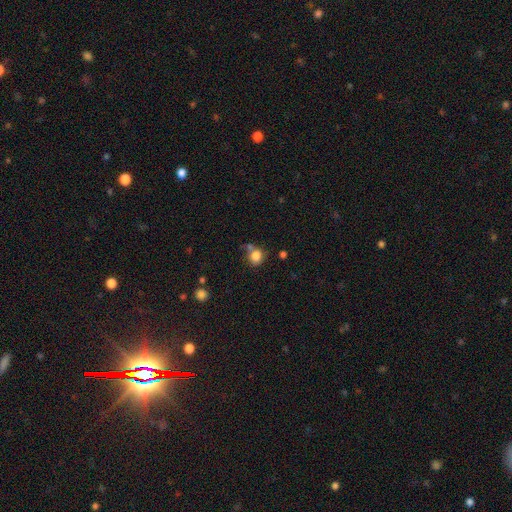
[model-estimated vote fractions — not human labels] Smooth or featured: smooth — 83% (star or artifact — 11%)
How rounded: round — 78% (in between — 21%)
Merging: none — 61% (merger — 18%)